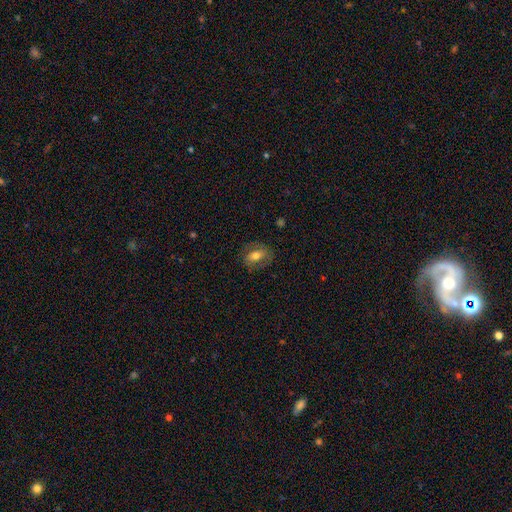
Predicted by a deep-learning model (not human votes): A smooth galaxy with no disk features (52%) that is in between round and cigar-shaped (70%).

Vote fractions:
- Smooth or featured? smooth: 52% / featured or disk: 40% / star or artifact: 8%
- How rounded? in between: 70% / round: 28% / cigar-shaped: 3%
- Merging? none: 76% / minor disturbance: 15% / major disturbance: 7% / merger: 1%